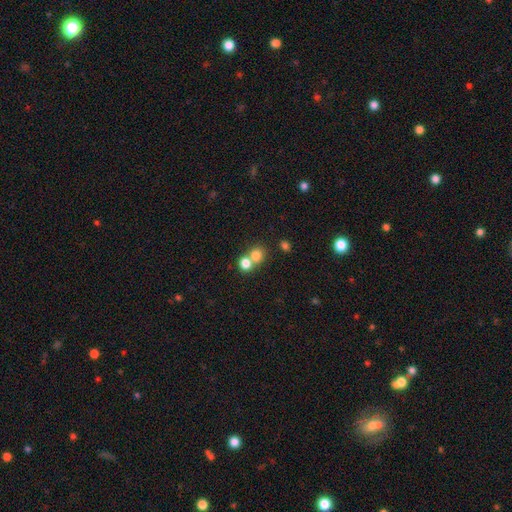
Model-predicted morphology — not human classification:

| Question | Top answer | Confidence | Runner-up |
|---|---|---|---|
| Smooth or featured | smooth | 78% | star or artifact (13%) |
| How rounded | round | 80% | in between (19%) |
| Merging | merger | 50% | none (41%) |